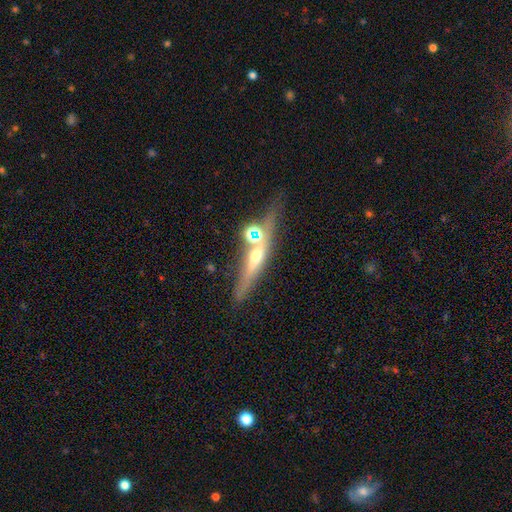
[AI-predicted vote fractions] Morphology: type=featured or disk (59%); edge-on=yes (88%); edge-on bulge=rounded (85%); merging=none (66%).